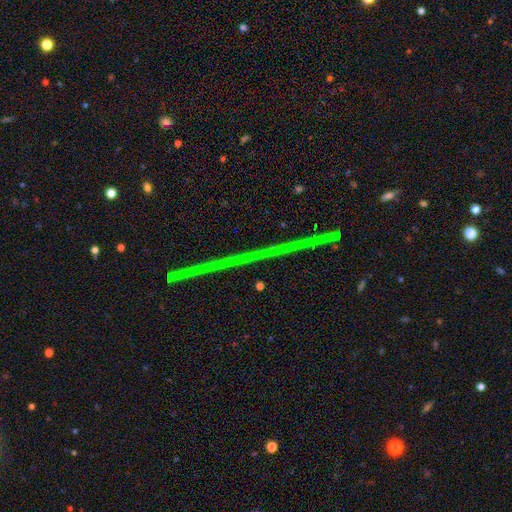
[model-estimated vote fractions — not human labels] Smooth or featured?
  - star or artifact: 79% *
  - featured or disk: 14%
  - smooth: 7%